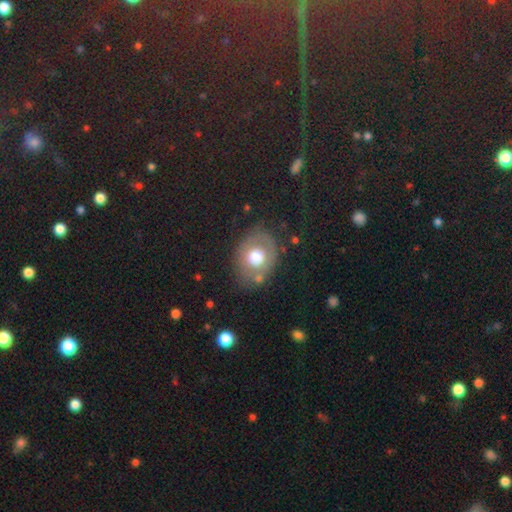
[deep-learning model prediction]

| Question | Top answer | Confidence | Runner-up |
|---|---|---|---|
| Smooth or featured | smooth | 58% | featured or disk (26%) |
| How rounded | round | 50% | in between (49%) |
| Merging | none | 76% | minor disturbance (15%) |